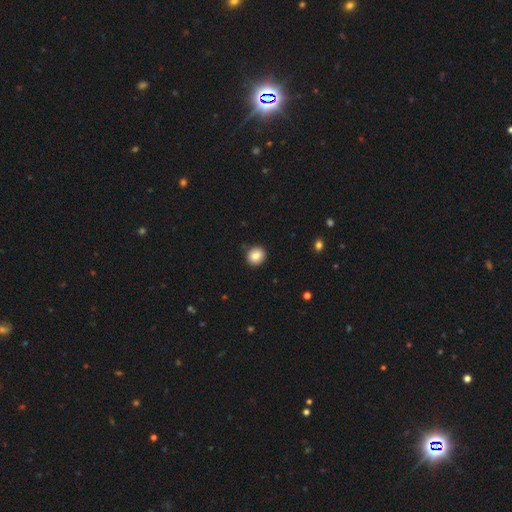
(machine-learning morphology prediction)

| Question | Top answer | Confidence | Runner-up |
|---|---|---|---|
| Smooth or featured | smooth | 84% | star or artifact (9%) |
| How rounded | round | 85% | in between (14%) |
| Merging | none | 91% | minor disturbance (7%) |